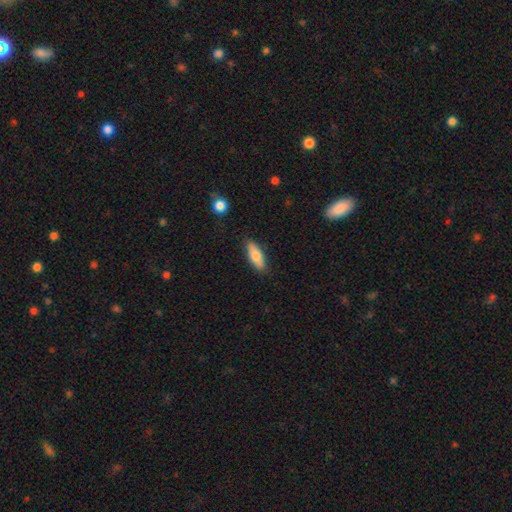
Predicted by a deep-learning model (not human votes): Morphology: type=smooth (72%); roundness=in between (65%); merging=none (85%).